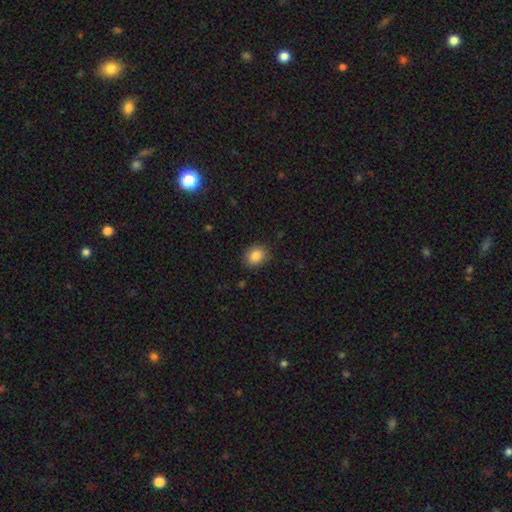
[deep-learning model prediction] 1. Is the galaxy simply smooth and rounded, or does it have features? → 87% smooth, 9% star or artifact, 5% featured or disk.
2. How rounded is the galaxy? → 53% in between, 46% round, 1% cigar-shaped.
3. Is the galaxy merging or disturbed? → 85% none, 11% minor disturbance, 3% major disturbance, 1% merger.